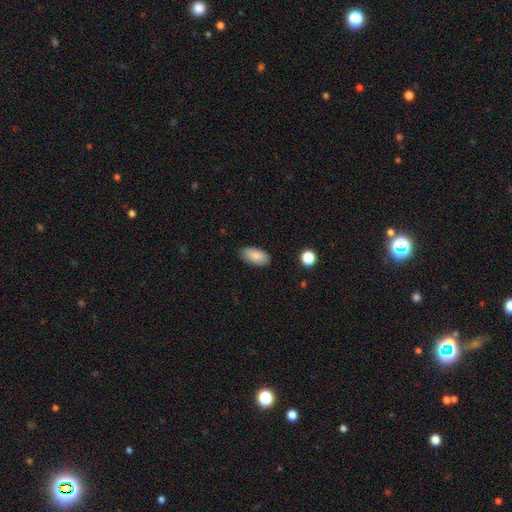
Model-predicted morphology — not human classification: smooth_or_featured: smooth (p=0.88) [alt: star or artifact p=0.07]
how_rounded: in between (p=0.94) [alt: cigar-shaped p=0.04]
merging: none (p=0.86) [alt: minor disturbance p=0.11]